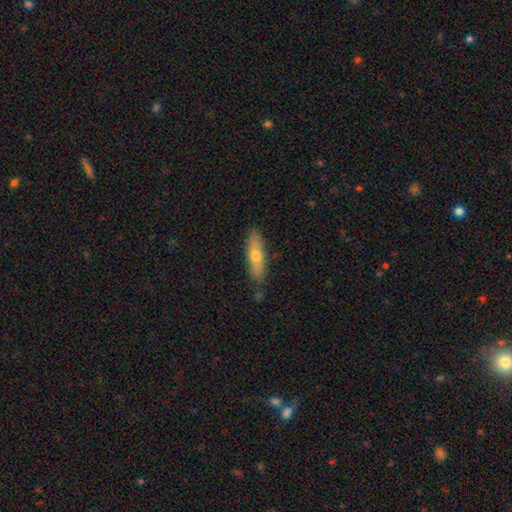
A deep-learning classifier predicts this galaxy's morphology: Smooth or featured? smooth (59%)
How rounded? cigar-shaped (62%)
Merging? none (81%)